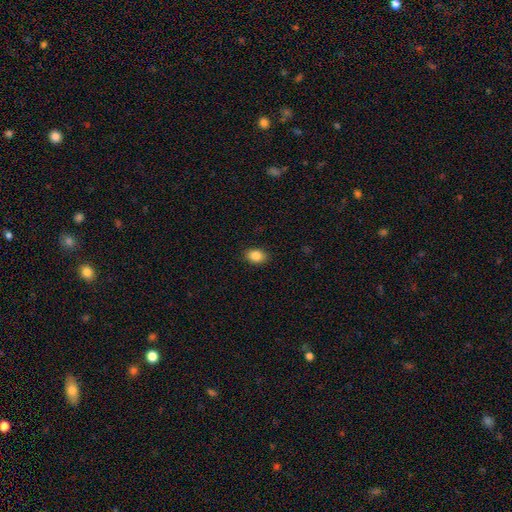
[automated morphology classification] smooth-or-featured: smooth: 87% | star or artifact: 9% | featured or disk: 4%
  how-rounded: in between: 73% | round: 26% | cigar-shaped: 1%
  merging: none: 89% | minor disturbance: 8% | major disturbance: 2% | merger: 1%